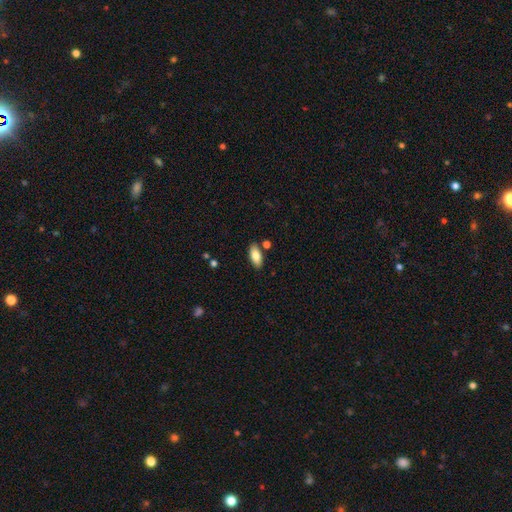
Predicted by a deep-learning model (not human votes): Q: Smooth or featured?
A: smooth (80%); runner-up: featured or disk (14%)
Q: How rounded?
A: in between (88%); runner-up: cigar-shaped (10%)
Q: Merging?
A: none (83%); runner-up: minor disturbance (10%)